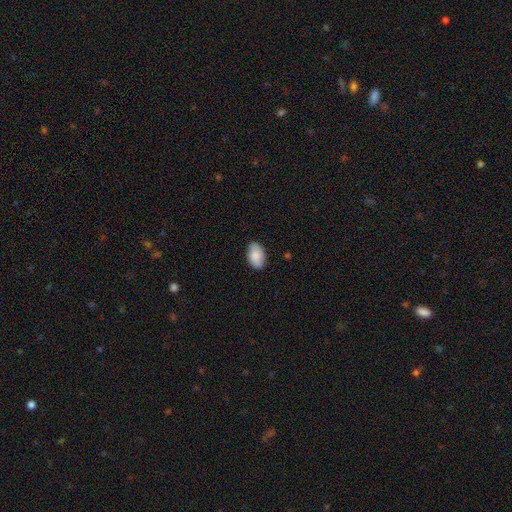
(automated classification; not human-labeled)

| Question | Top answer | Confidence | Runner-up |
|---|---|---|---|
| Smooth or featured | smooth | 85% | featured or disk (9%) |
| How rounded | in between | 92% | round (7%) |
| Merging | none | 85% | minor disturbance (12%) |